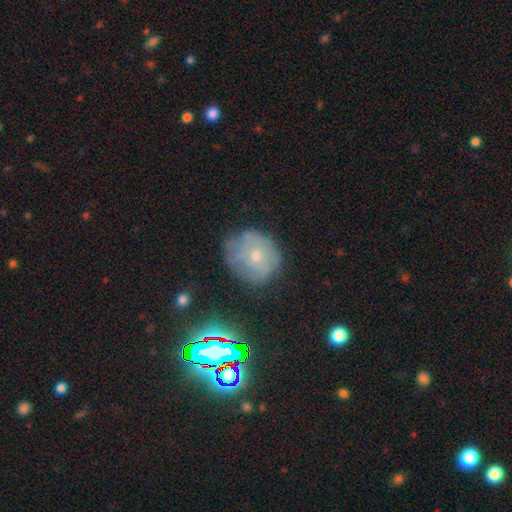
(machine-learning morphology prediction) This is marginally a smooth galaxy (44%). Merging: likely none (64%).